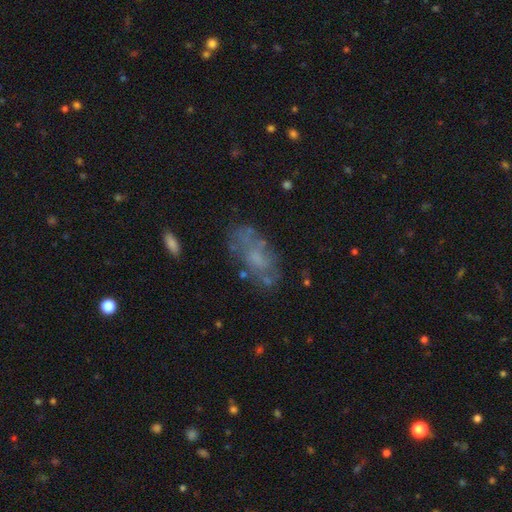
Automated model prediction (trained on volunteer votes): This is possibly a featured or disk galaxy (48%). Merging: possibly none (59%).